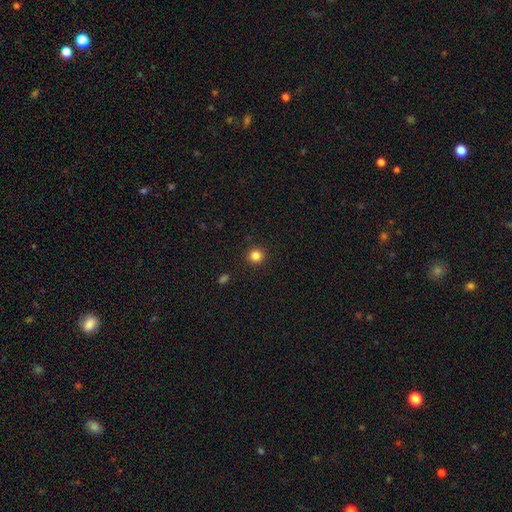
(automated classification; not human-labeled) Smooth or featured? smooth (84%)
How rounded? round (93%)
Merging? none (91%)